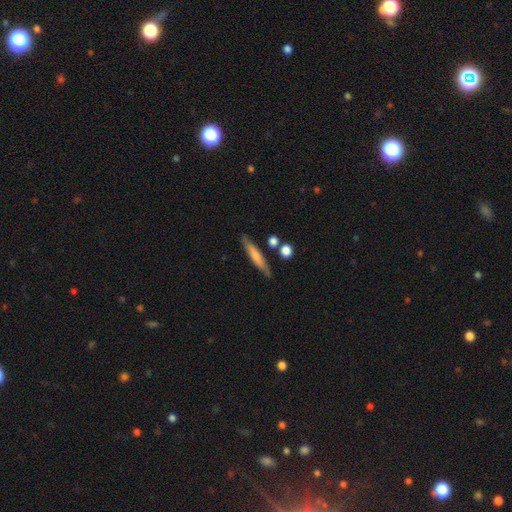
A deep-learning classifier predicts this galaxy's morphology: A smooth galaxy with no disk features (63%) that is cigar-shaped (88%). Merging: none (79%).